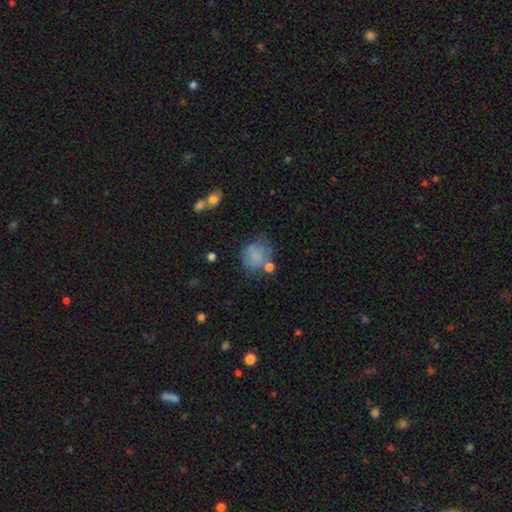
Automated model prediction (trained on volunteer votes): A smooth galaxy with no disk features (74%) that is round (73%).

Vote fractions:
- Smooth or featured? smooth: 74% / featured or disk: 15% / star or artifact: 11%
- How rounded? round: 73% / in between: 26% / cigar-shaped: 1%
- Merging? none: 49% / minor disturbance: 25% / major disturbance: 15% / merger: 12%